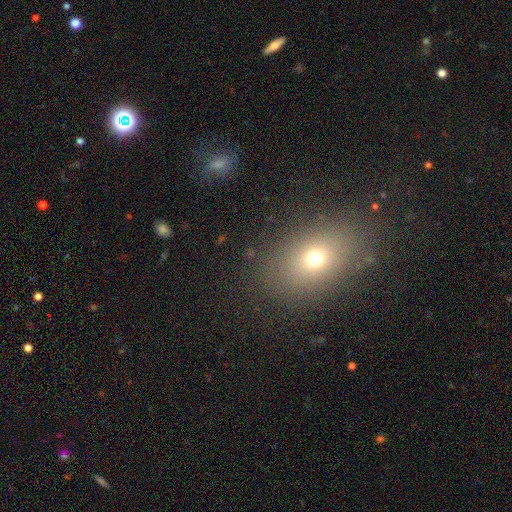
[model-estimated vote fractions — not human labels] The model was most divided on "how rounded": in between: 67%, round: 31%, cigar-shaped: 2%. More confident: merging — none (82%); smooth or featured — smooth (63%).